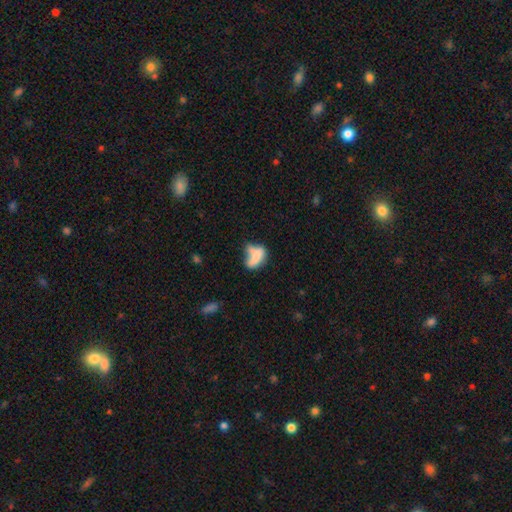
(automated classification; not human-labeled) Smooth or featured?
  - smooth: 63% *
  - featured or disk: 27%
  - star or artifact: 11%
How rounded?
  - in between: 78% *
  - round: 12%
  - cigar-shaped: 10%
Merging?
  - major disturbance: 27% * (tied)
  - none: 27% * (tied)
  - merger: 24%
  - minor disturbance: 21%